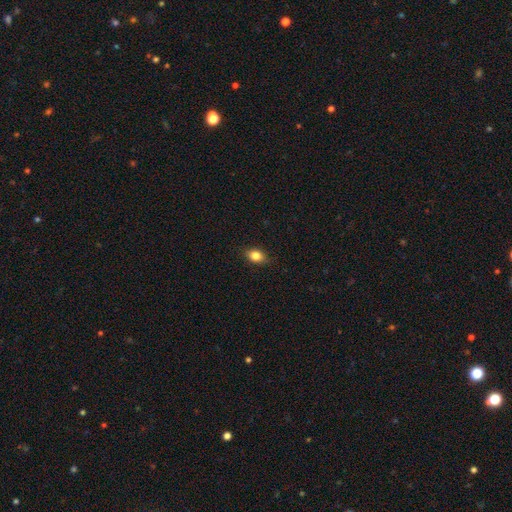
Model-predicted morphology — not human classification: Q: Smooth or featured?
A: smooth (81%); runner-up: featured or disk (10%)
Q: How rounded?
A: in between (74%); runner-up: round (23%)
Q: Merging?
A: none (85%); runner-up: minor disturbance (12%)